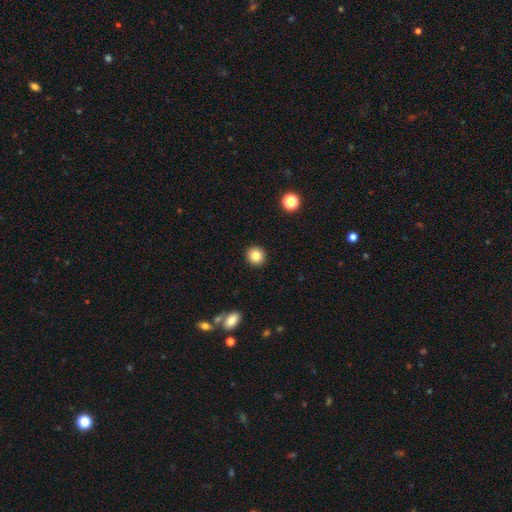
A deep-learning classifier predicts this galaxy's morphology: Smooth or featured?
  - smooth: 84% *
  - star or artifact: 10%
  - featured or disk: 6%
How rounded?
  - round: 89% *
  - in between: 10%
  - cigar-shaped: 1%
Merging?
  - none: 92% *
  - minor disturbance: 5%
  - major disturbance: 2%
  - merger: 1%